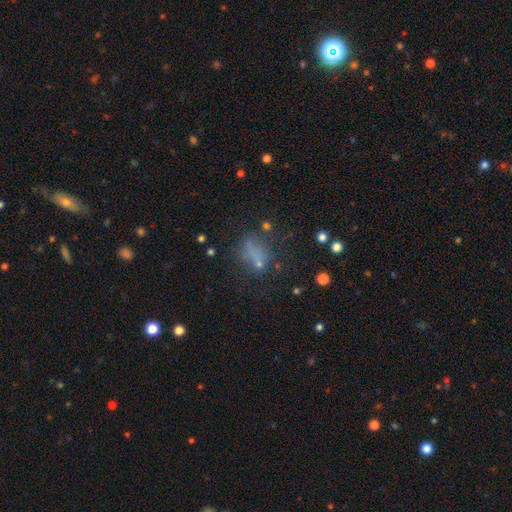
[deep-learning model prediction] This appears to be a smooth galaxy with no disk features (58%) that is in between round and cigar-shaped (68%). Merging: none (49%).